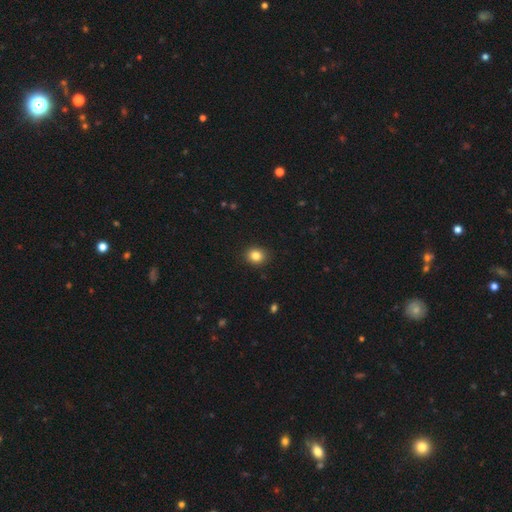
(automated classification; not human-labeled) Morphology: type=smooth (84%); roundness=round (70%); merging=none (91%).